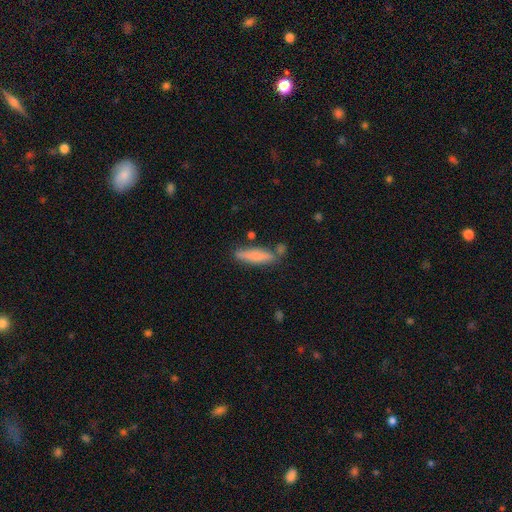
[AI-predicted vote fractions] Morphology: type=smooth (76%); roundness=cigar-shaped (77%); merging=none (70%).